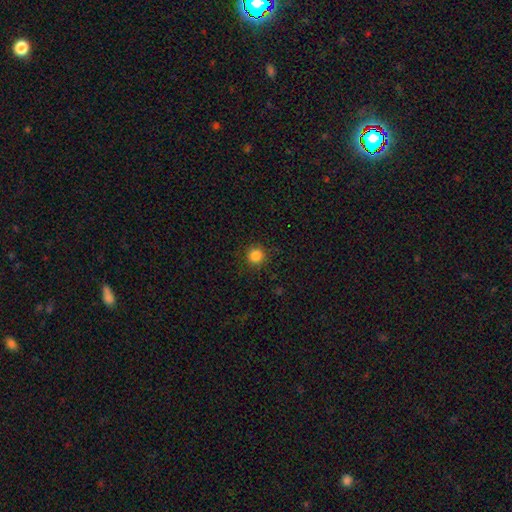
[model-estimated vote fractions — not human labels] This appears to be a smooth galaxy with no disk features (85%) that is round (95%). Merging: none (90%).